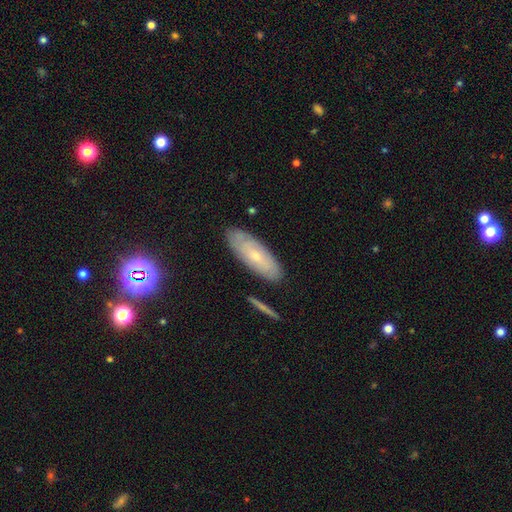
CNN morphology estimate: This appears to be a featured or disk galaxy (47%). Merging: none (82%).